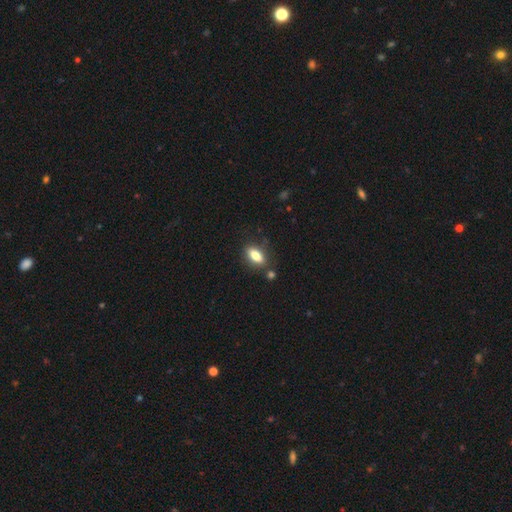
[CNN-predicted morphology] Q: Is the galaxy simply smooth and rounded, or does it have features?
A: smooth — 80%.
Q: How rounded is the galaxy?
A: in between — 83%.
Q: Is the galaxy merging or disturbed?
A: none — 77%.